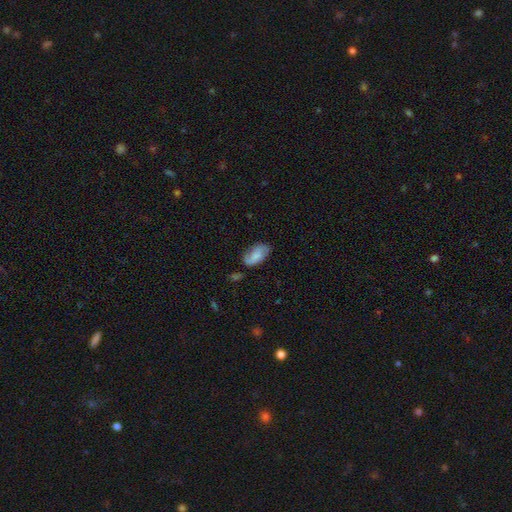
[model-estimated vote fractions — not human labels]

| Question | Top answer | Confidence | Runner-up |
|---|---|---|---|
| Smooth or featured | smooth | 56% | featured or disk (37%) |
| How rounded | in between | 92% | round (4%) |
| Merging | none | 70% | minor disturbance (22%) |